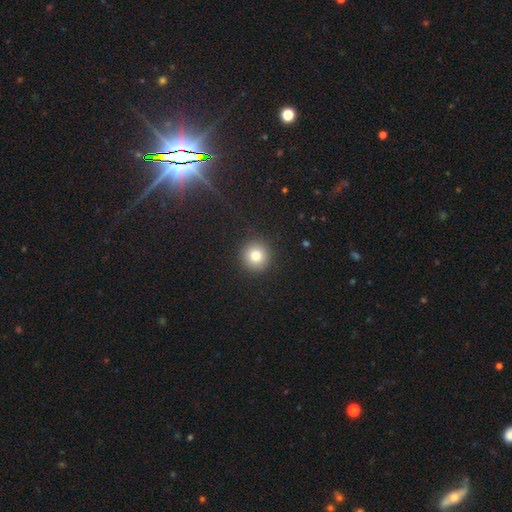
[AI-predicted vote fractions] A smooth galaxy with no disk features (80%) that is round (95%).

Vote fractions:
- Smooth or featured? smooth: 80% / star or artifact: 12% / featured or disk: 8%
- How rounded? round: 95% / in between: 4% / cigar-shaped: 1%
- Merging? none: 92% / minor disturbance: 5% / major disturbance: 2% / merger: 1%